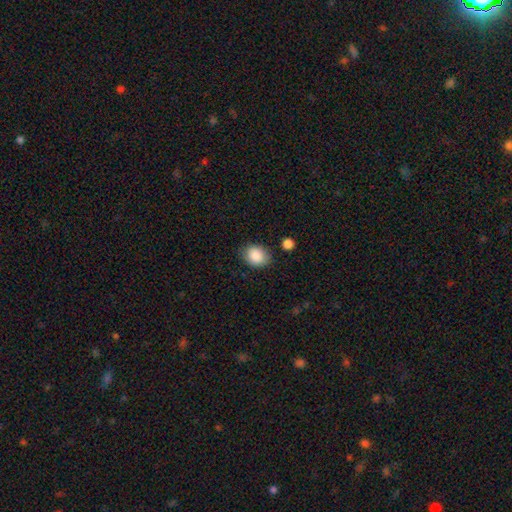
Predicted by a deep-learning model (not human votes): smooth_or_featured: smooth (p=0.88) [alt: star or artifact p=0.07]
how_rounded: in between (p=0.60) [alt: round p=0.40]
merging: none (p=0.79) [alt: minor disturbance p=0.14]